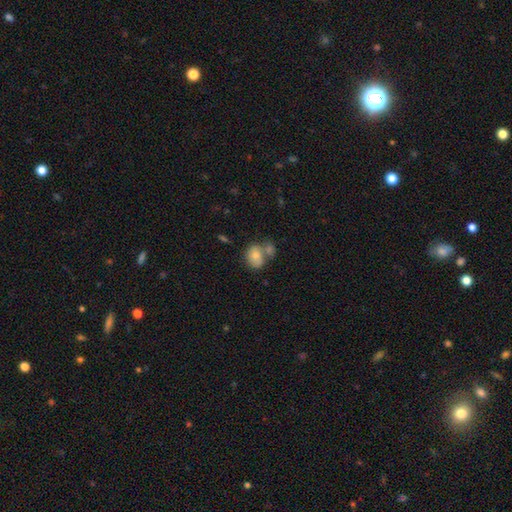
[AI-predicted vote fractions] smooth_or_featured: smooth (p=0.72) [alt: featured or disk p=0.20]
how_rounded: round (p=0.54) [alt: in between p=0.45]
merging: merger (p=0.41) [alt: none p=0.40]